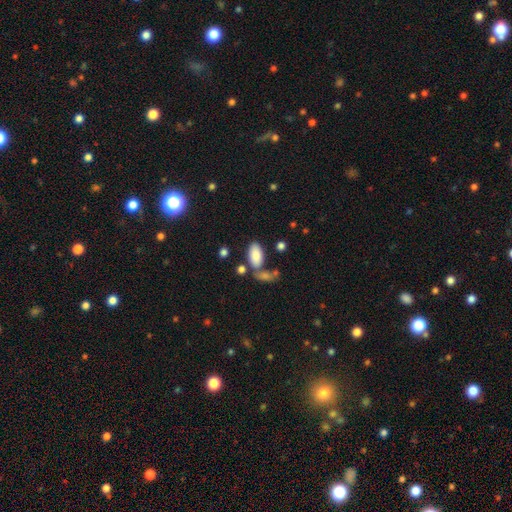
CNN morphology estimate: A smooth galaxy with no disk features (85%) that is in between round and cigar-shaped (94%). Merging: none (59%).